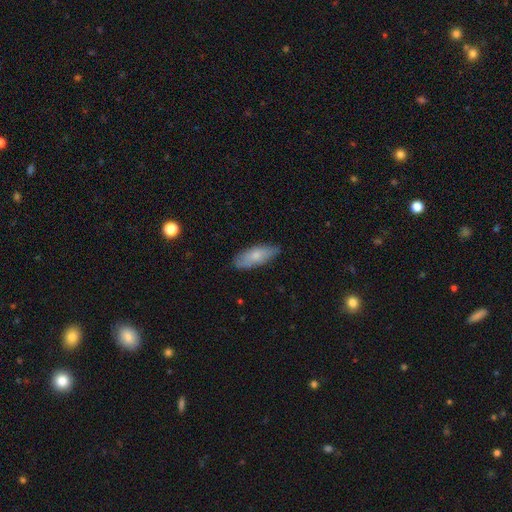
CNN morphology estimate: Smooth or featured?
  - smooth: 71% *
  - featured or disk: 23%
  - star or artifact: 6%
How rounded?
  - in between: 75% *
  - cigar-shaped: 23%
  - round: 2%
Merging?
  - none: 78% *
  - minor disturbance: 18%
  - major disturbance: 3%
  - merger: 1%